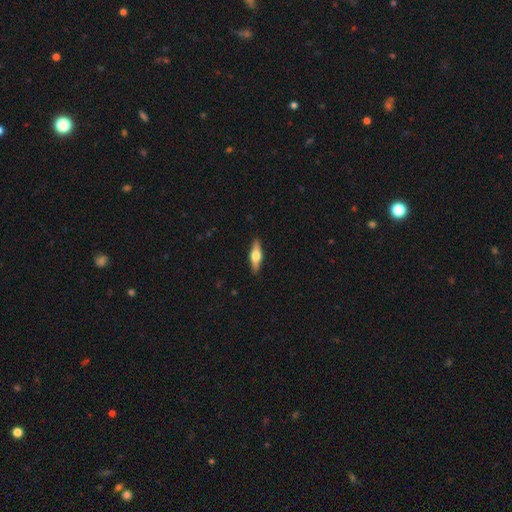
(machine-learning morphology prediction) Smooth or featured?
  - featured or disk: 50% *
  - smooth: 44%
  - star or artifact: 6%
Edge-on disk?
  - yes: 93% *
  - no: 7%
Merging?
  - none: 89% *
  - minor disturbance: 8%
  - major disturbance: 2%
  - merger: 1%